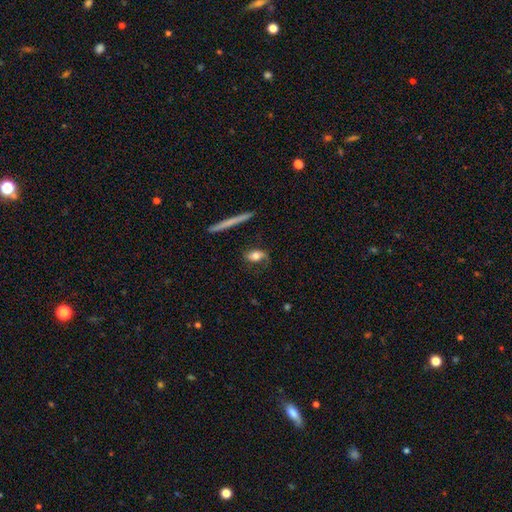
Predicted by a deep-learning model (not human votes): Smooth or featured?
  - smooth: 57% *
  - featured or disk: 36%
  - star or artifact: 7%
How rounded?
  - in between: 74% *
  - round: 14%
  - cigar-shaped: 12%
Merging?
  - none: 59% *
  - minor disturbance: 24%
  - major disturbance: 14%
  - merger: 3%